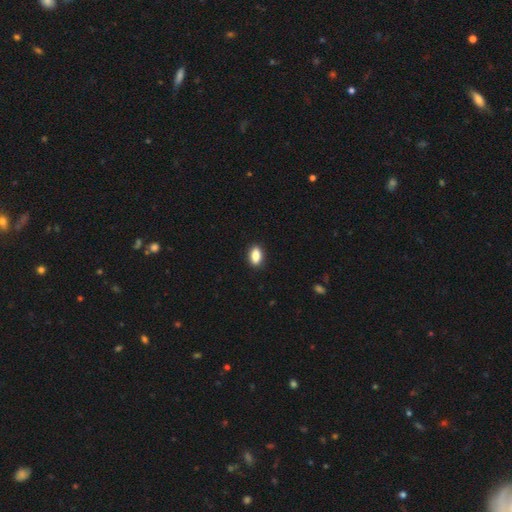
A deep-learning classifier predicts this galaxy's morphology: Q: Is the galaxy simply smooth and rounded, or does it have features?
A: smooth — 87%.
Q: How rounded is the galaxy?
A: in between — 88%.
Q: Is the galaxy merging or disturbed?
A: none — 89%.